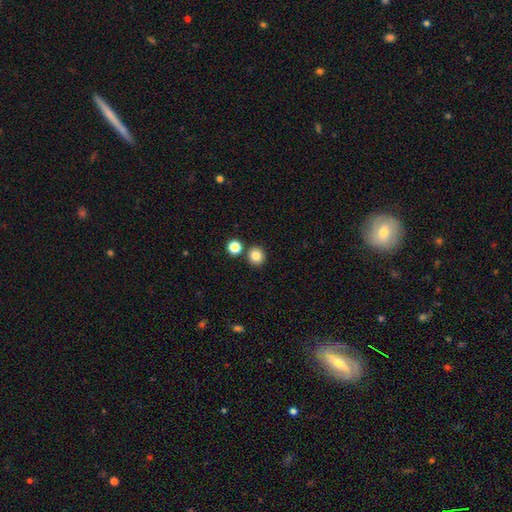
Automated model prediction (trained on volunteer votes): Morphology: type=smooth (83%); roundness=round (90%); merging=none (83%).